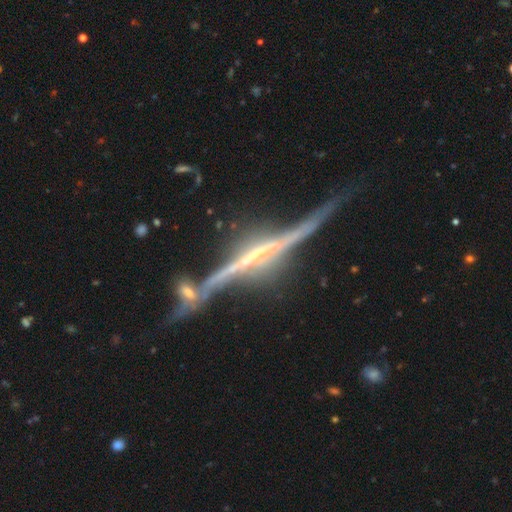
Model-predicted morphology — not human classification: This is clearly a featured or disk galaxy (89%). It is clearly viewed edge-on (95%). Edge-on bulge: marginally rounded (41%). Merging: possibly none (53%).